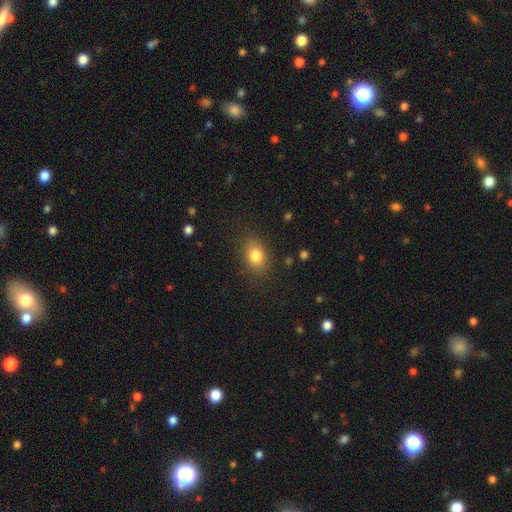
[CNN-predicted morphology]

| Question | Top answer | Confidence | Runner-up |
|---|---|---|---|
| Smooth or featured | smooth | 81% | star or artifact (10%) |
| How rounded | in between | 70% | round (29%) |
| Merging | none | 83% | minor disturbance (12%) |